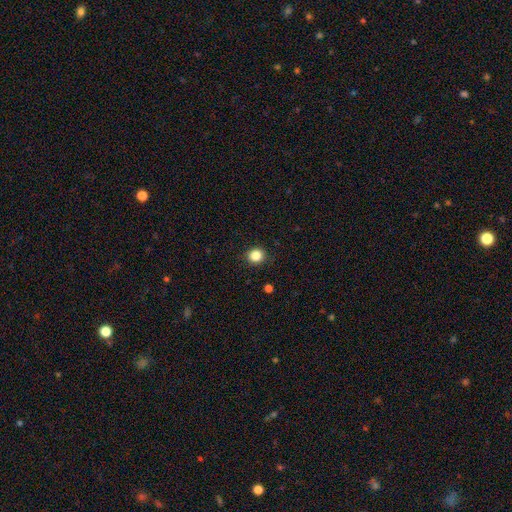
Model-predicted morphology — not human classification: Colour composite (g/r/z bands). It shows a smooth galaxy with no disk features (85%) that is round (89%). Merging: none (91%).